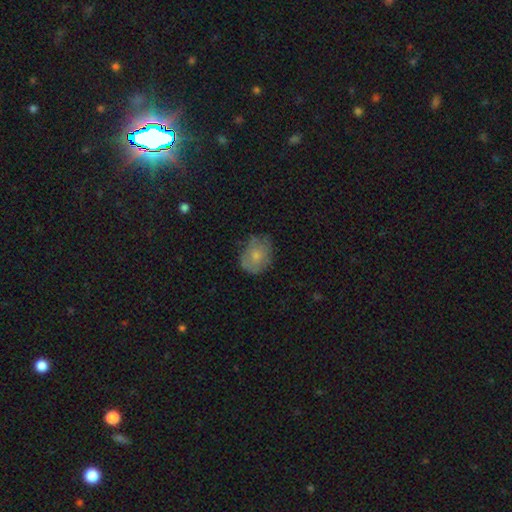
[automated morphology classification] Smooth or featured?
  - smooth: 69% *
  - featured or disk: 23%
  - star or artifact: 8%
How rounded?
  - round: 51% *
  - in between: 48%
  - cigar-shaped: 1%
Merging?
  - none: 59% *
  - minor disturbance: 29%
  - major disturbance: 10%
  - merger: 2%